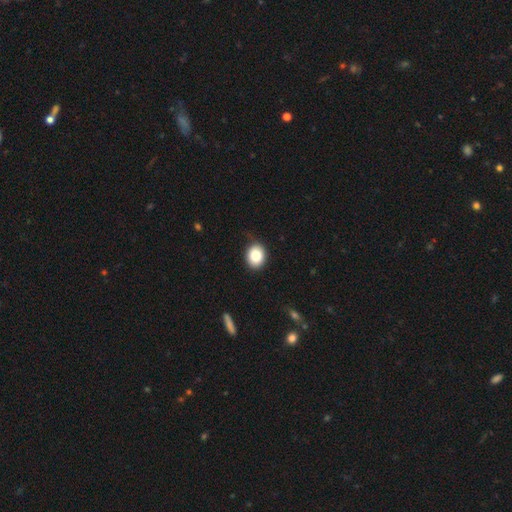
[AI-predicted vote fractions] Smooth or featured: smooth — 85% (star or artifact — 9%)
How rounded: round — 53% (in between — 47%)
Merging: none — 85% (minor disturbance — 12%)